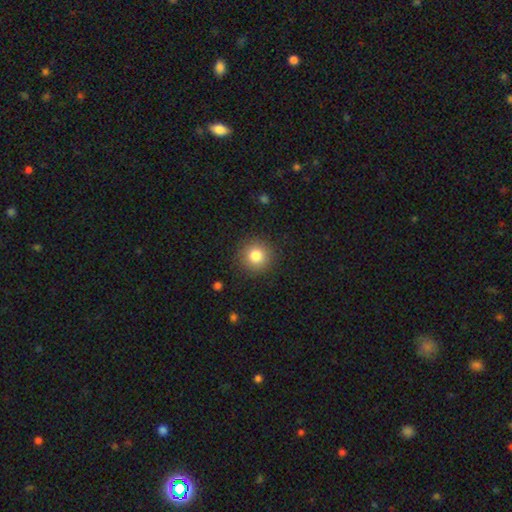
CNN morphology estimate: Smooth or featured? smooth (83%)
How rounded? round (94%)
Merging? none (90%)